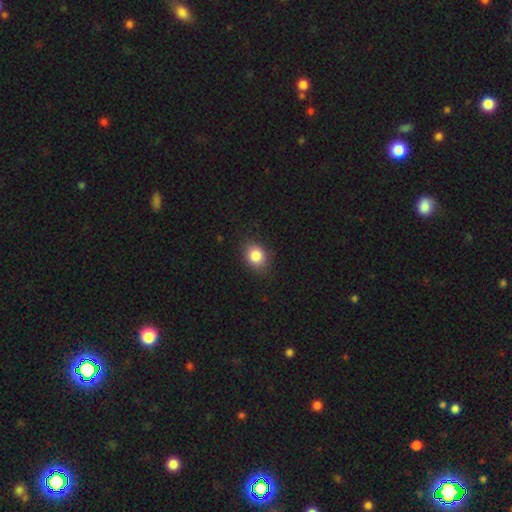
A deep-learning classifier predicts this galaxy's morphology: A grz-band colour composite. It shows a smooth galaxy with no disk features (85%) that is round (51%). Merging: none (81%).